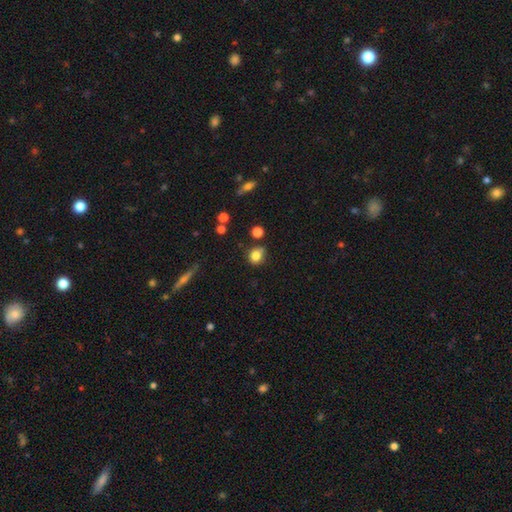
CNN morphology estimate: Q: Smooth or featured?
A: smooth (80%); runner-up: star or artifact (12%)
Q: How rounded?
A: round (70%); runner-up: in between (28%)
Q: Merging?
A: none (63%); runner-up: minor disturbance (22%)